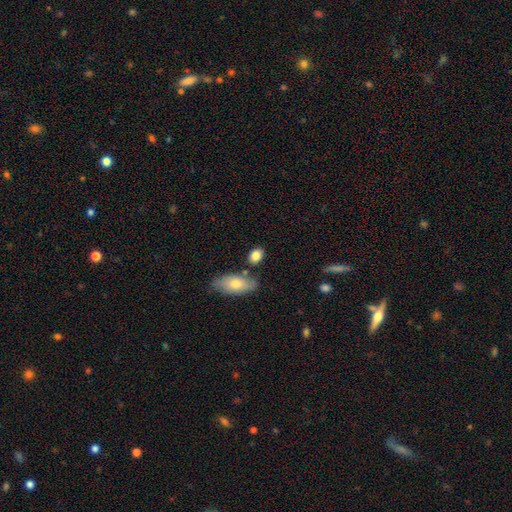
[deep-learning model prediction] A smooth galaxy with no disk features (83%) that is in between round and cigar-shaped (75%).

Vote fractions:
- Smooth or featured? smooth: 83% / featured or disk: 9% / star or artifact: 8%
- How rounded? in between: 75% / round: 22% / cigar-shaped: 3%
- Merging? none: 73% / minor disturbance: 13% / merger: 11% / major disturbance: 3%